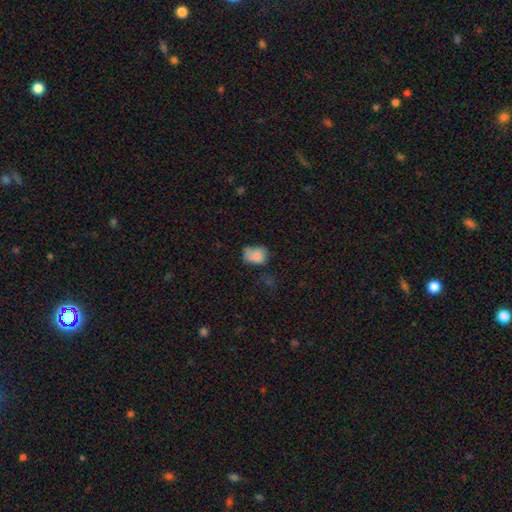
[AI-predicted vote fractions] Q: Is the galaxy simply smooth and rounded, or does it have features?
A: smooth — 72%.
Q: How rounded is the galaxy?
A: in between — 63%.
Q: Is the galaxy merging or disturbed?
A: none — 40%.